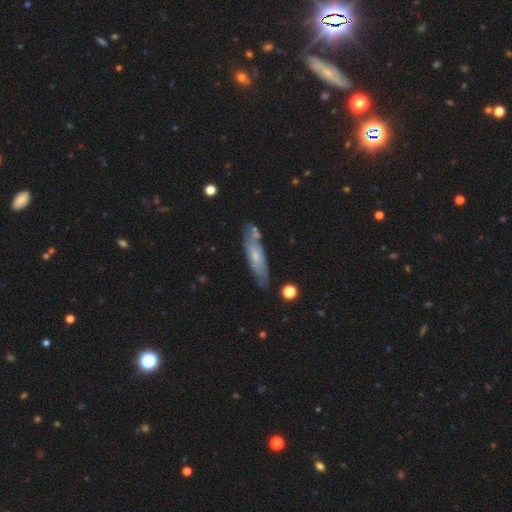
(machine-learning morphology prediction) A featured or disk galaxy (50%).

Vote fractions:
- Smooth or featured? featured or disk: 50% / smooth: 43% / star or artifact: 7%
- Merging? none: 73% / minor disturbance: 18% / merger: 6% / major disturbance: 4%